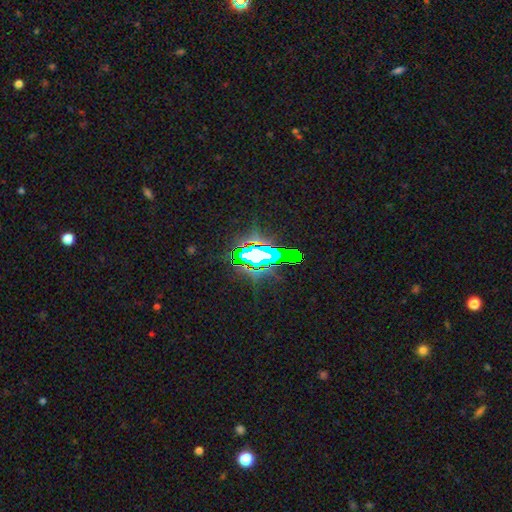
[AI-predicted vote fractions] This is likely a star or artifact rather than a galaxy (66%).